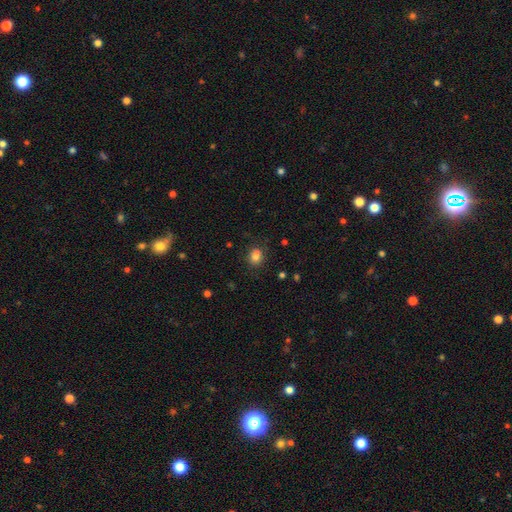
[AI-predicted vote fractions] smooth 79%, star or artifact 13%, featured or disk 8%. Down the decision tree: how rounded — round (54%); merging — none (63%).